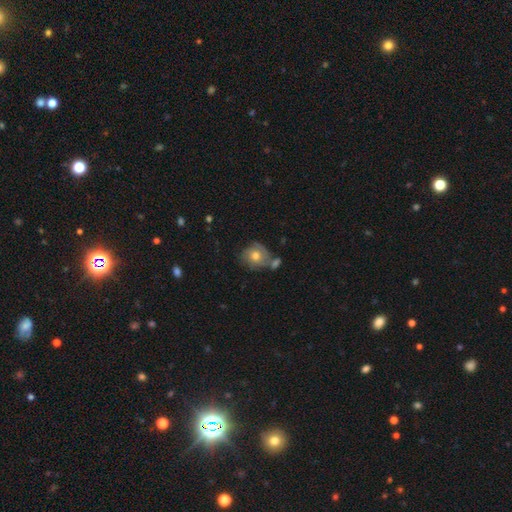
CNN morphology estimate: Smooth or featured? featured or disk (49%)
Merging? none (51%)